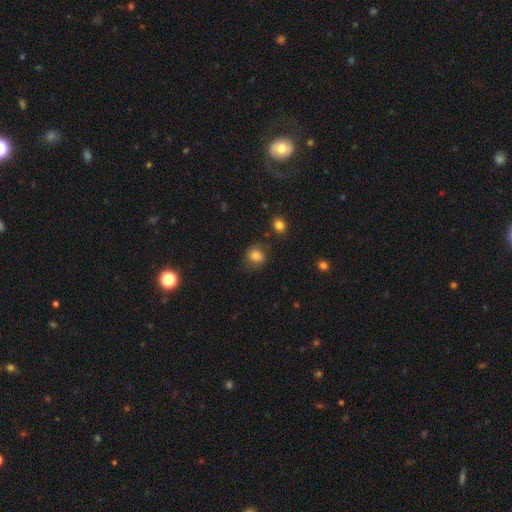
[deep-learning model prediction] smooth-or-featured: smooth: 79% | star or artifact: 11% | featured or disk: 10%
  how-rounded: round: 71% | in between: 28% | cigar-shaped: 1%
  merging: none: 67% | minor disturbance: 22% | major disturbance: 8% | merger: 3%